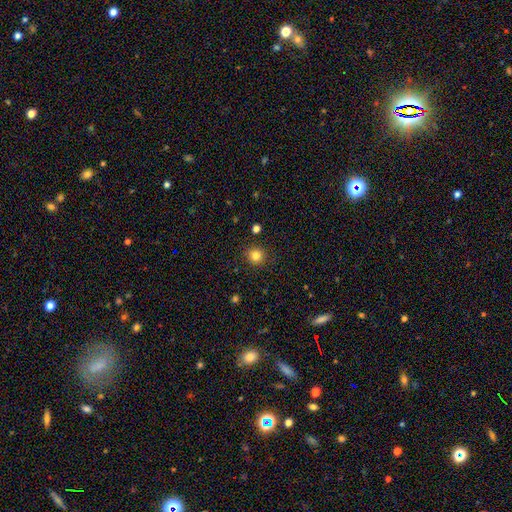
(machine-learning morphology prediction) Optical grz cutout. It shows a smooth galaxy with no disk features (83%) that is round (92%). Merging: none (90%).